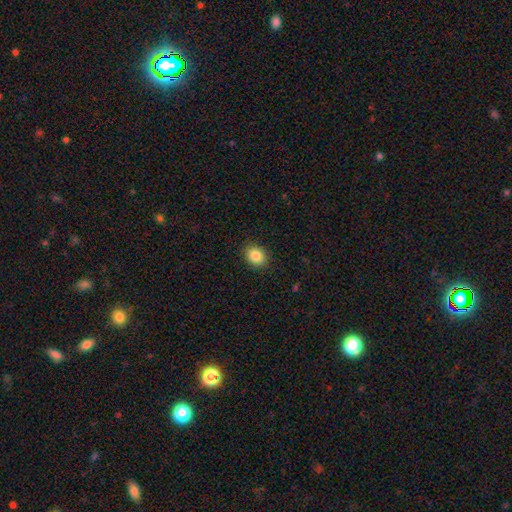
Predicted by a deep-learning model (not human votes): A smooth galaxy with no disk features (86%) that is round (59%).

Vote fractions:
- Smooth or featured? smooth: 86% / star or artifact: 9% / featured or disk: 5%
- How rounded? round: 59% / in between: 40% / cigar-shaped: 1%
- Merging? none: 89% / minor disturbance: 8% / major disturbance: 2% / merger: 1%